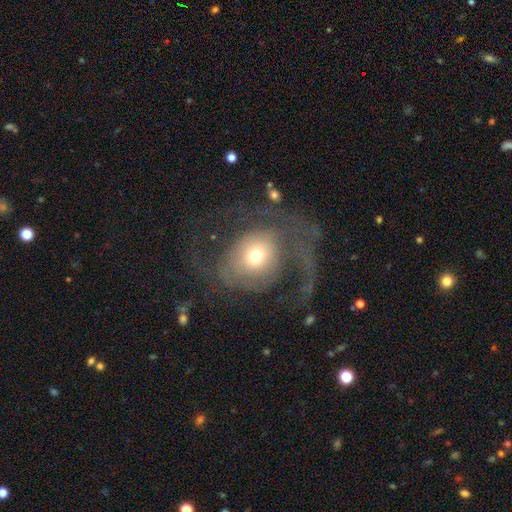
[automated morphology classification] Smooth or featured? smooth (49%)
Merging? major disturbance (63%)